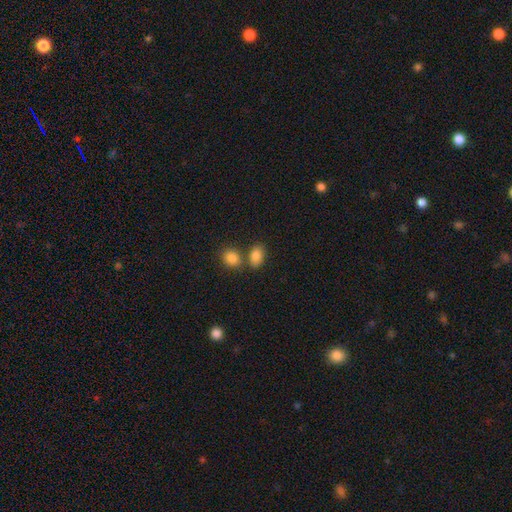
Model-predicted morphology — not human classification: Overall: smooth (85%). How rounded: in between (82%). Merging: none (58%; merger 27%).